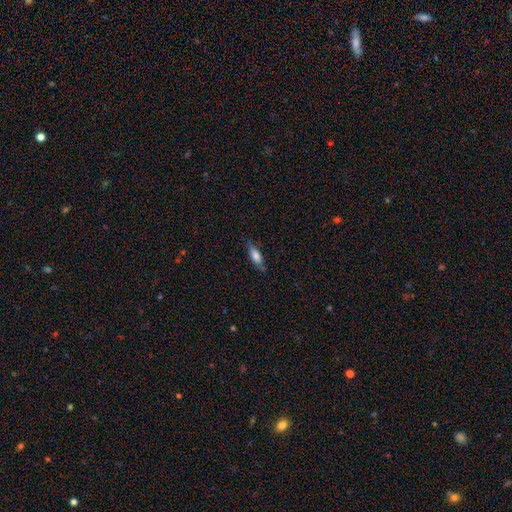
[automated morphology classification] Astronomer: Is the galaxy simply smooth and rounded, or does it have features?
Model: smooth — 72%.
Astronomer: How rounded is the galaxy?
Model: in between — 61% (runner-up: cigar-shaped, 37%).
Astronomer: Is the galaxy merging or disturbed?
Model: none — 73%.